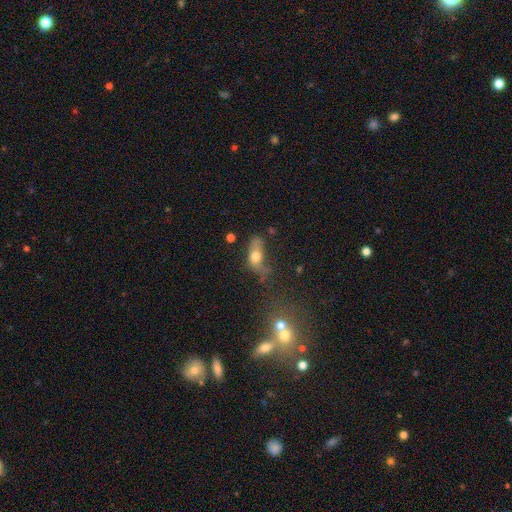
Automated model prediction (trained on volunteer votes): smooth-or-featured: smooth: 61% | featured or disk: 28% | star or artifact: 12%
  how-rounded: in between: 75% | cigar-shaped: 13% | round: 12%
  merging: major disturbance: 35% | none: 29% | minor disturbance: 27% | merger: 9%